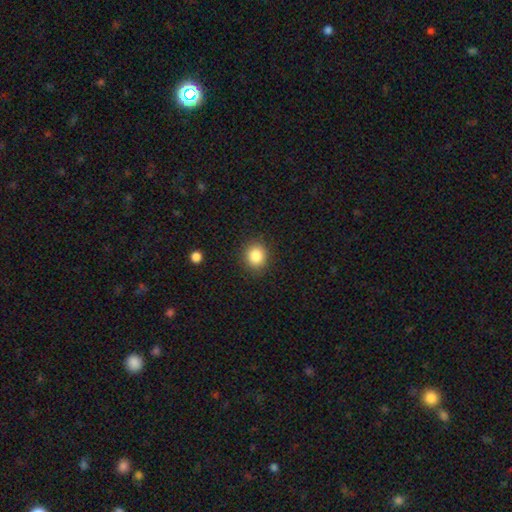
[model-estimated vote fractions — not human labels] This appears to be a smooth galaxy with no disk features (85%) that is round (78%). Merging: none (89%).